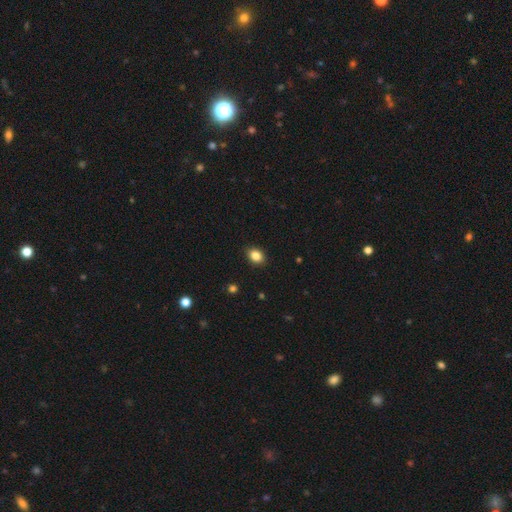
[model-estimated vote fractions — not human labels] A smooth galaxy with no disk features (87%) that is in between round and cigar-shaped (68%).

Vote fractions:
- Smooth or featured? smooth: 87% / star or artifact: 9% / featured or disk: 4%
- How rounded? in between: 68% / round: 31% / cigar-shaped: 1%
- Merging? none: 89% / minor disturbance: 8% / major disturbance: 2% / merger: 1%